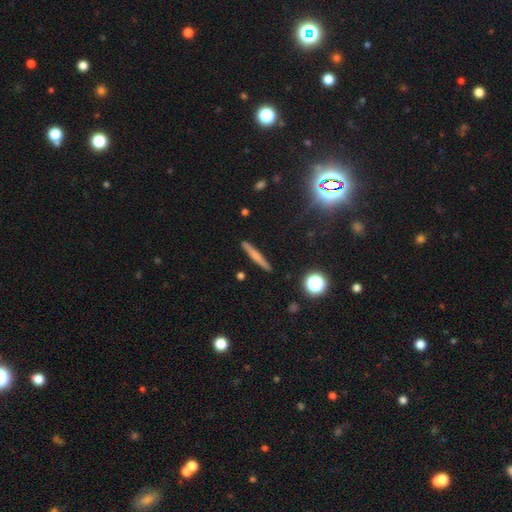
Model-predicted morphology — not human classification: type=smooth (51%); roundness=cigar-shaped (93%); merging=none (91%).